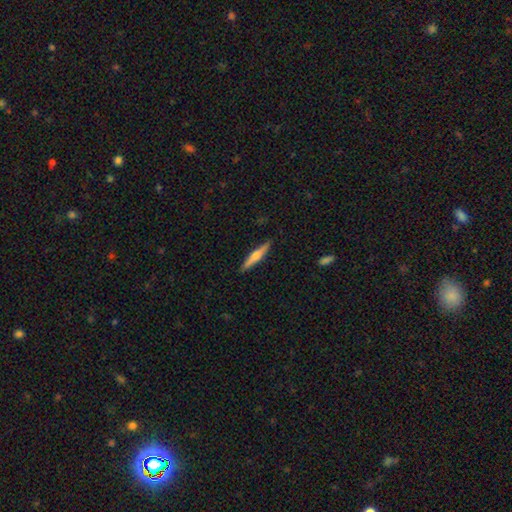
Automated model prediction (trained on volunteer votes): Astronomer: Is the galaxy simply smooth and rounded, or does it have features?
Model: featured or disk — 54% (runner-up: smooth, 41%).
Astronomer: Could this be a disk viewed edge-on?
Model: yes — 96%.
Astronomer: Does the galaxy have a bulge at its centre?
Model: rounded — 86%.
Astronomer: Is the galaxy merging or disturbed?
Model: none — 90%.